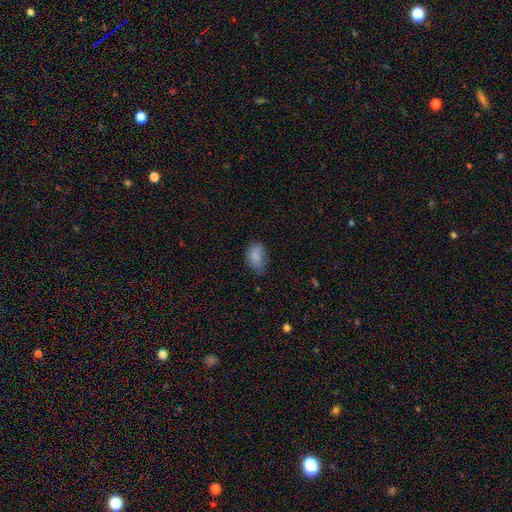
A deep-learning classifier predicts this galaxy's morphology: This is clearly a smooth galaxy (83%). How rounded: clearly in between (86%). Merging: possibly none (49%).